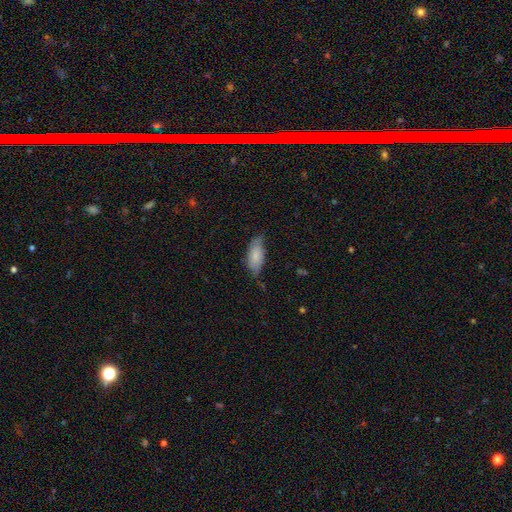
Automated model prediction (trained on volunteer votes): Smooth or featured? smooth (78%)
How rounded? in between (88%)
Merging? none (56%)